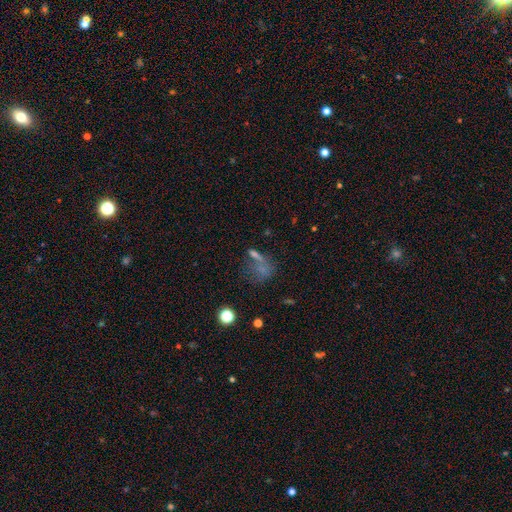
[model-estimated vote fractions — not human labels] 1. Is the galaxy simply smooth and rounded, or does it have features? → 48% smooth, 30% star or artifact, 22% featured or disk.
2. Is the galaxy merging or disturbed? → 40% none, 24% merger, 21% major disturbance, 15% minor disturbance.